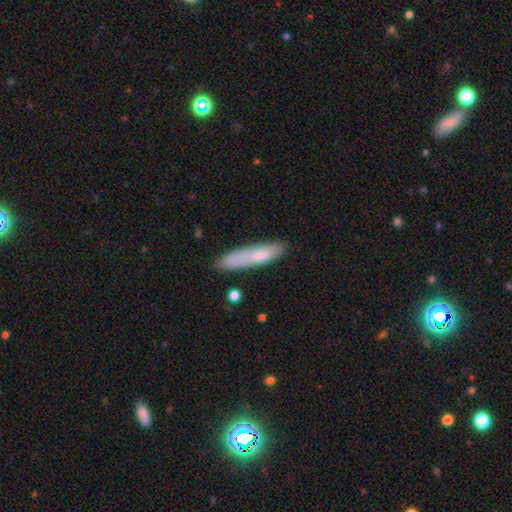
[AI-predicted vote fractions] smooth 69%, featured or disk 24%, star or artifact 7%. Down the decision tree: how rounded — cigar-shaped (81%); merging — none (74%).